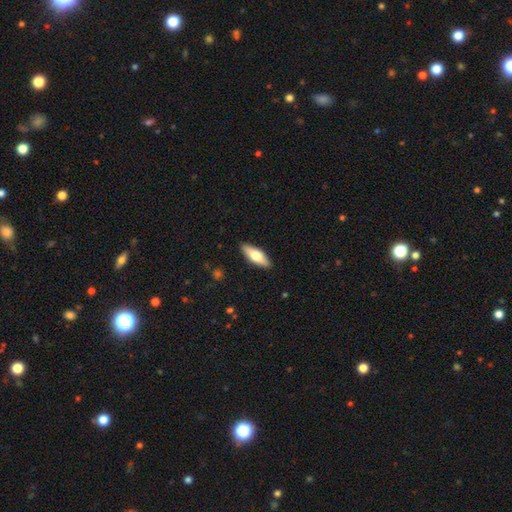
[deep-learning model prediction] Smooth or featured? Predicted: smooth (p=0.63). How rounded? Predicted: in between (p=0.59). Merging? Predicted: none (p=0.90).